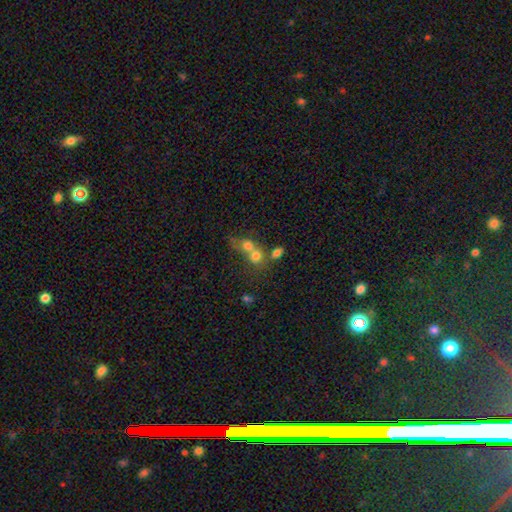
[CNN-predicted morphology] smooth 70%, featured or disk 16%, star or artifact 13%. Down the decision tree: how rounded — round (68%); merging — merger (62%).